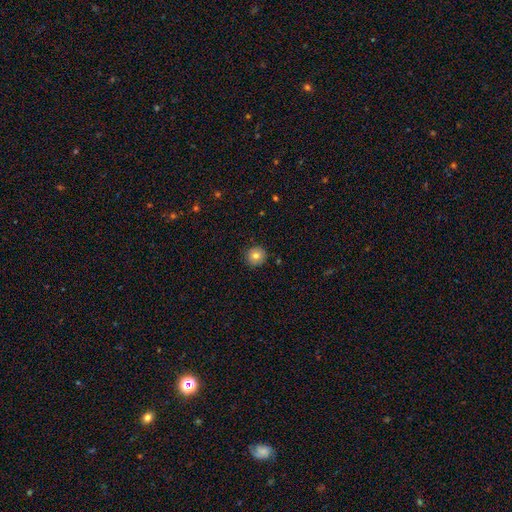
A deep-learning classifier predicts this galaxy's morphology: A smooth galaxy with no disk features (79%) that is round (93%). Merging: none (90%).